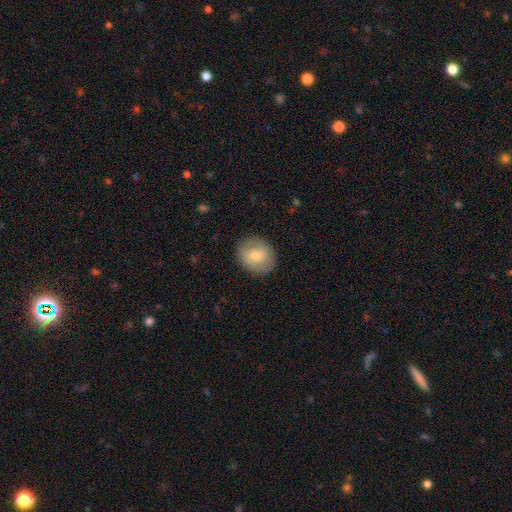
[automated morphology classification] smooth_or_featured: smooth (p=0.66) [alt: featured or disk p=0.26]
how_rounded: round (p=0.71) [alt: in between p=0.28]
merging: none (p=0.88) [alt: minor disturbance p=0.09]